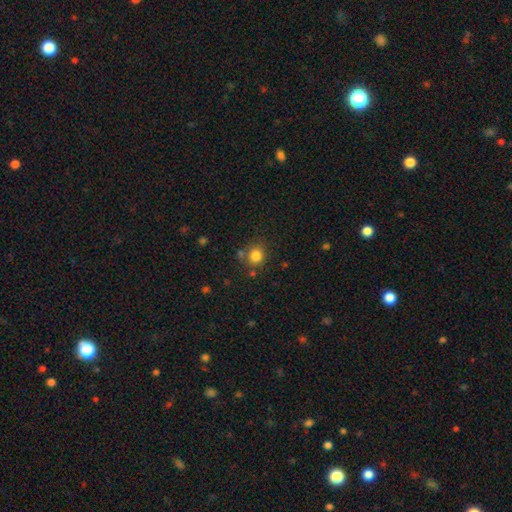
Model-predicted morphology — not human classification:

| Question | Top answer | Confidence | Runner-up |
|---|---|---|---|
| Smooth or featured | smooth | 82% | star or artifact (12%) |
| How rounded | round | 86% | in between (13%) |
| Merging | none | 75% | minor disturbance (11%) |